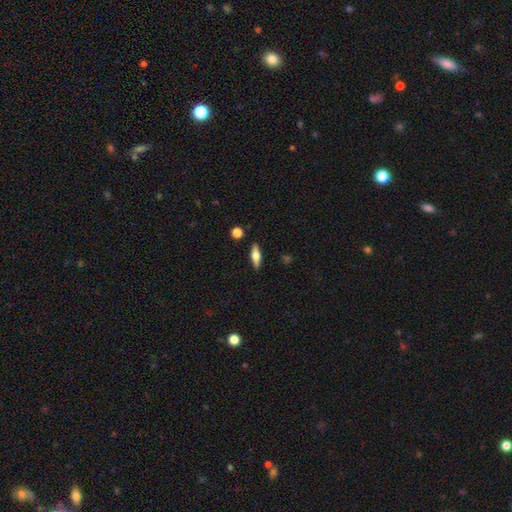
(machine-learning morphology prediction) Smooth or featured: featured or disk — 51% (smooth — 42%)
Edge-on disk: yes — 92% (no — 8%)
Merging: none — 89% (minor disturbance — 8%)